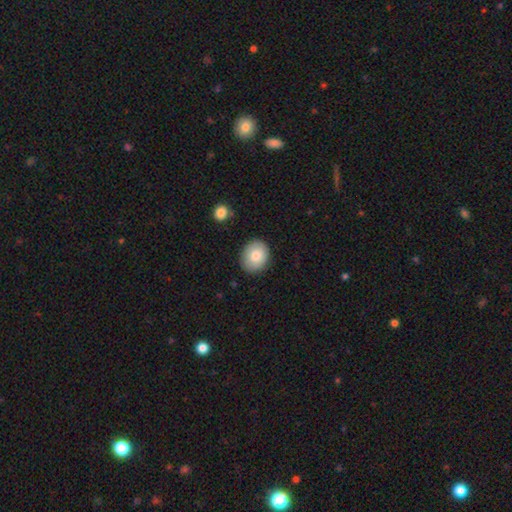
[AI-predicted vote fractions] Smooth or featured? Predicted: smooth (p=0.81). How rounded? Predicted: round (p=0.63). Merging? Predicted: none (p=0.87).